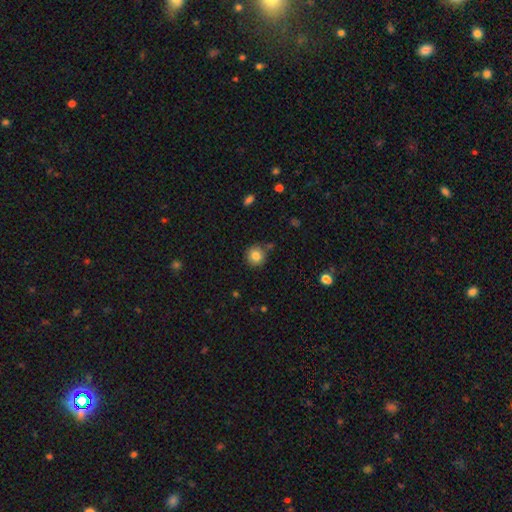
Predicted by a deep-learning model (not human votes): A smooth galaxy with no disk features (84%) that is round (91%). Merging: none (82%).